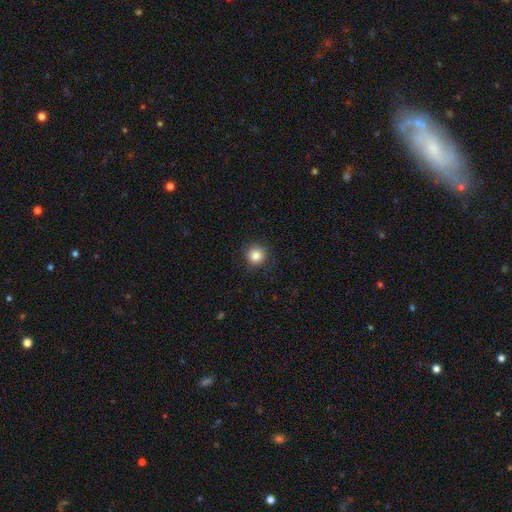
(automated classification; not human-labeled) Smooth or featured? smooth (84%)
How rounded? round (94%)
Merging? none (88%)